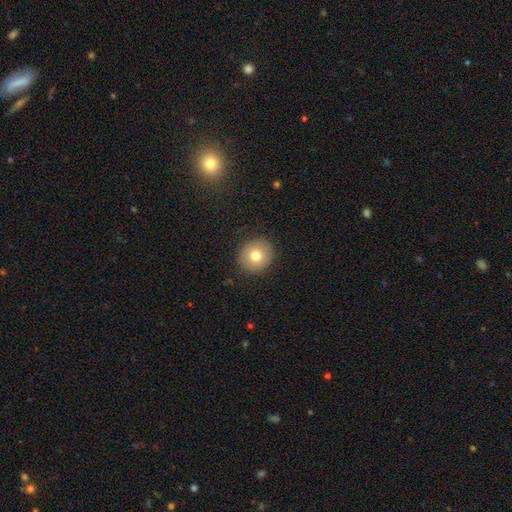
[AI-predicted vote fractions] Q: Smooth or featured?
A: smooth (76%); runner-up: featured or disk (14%)
Q: How rounded?
A: round (89%); runner-up: in between (10%)
Q: Merging?
A: none (90%); runner-up: minor disturbance (7%)